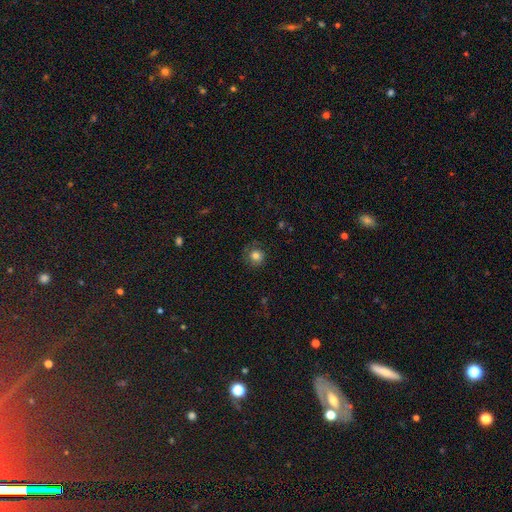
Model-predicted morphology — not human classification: The model was most divided on "merging": none: 76%, minor disturbance: 15%, major disturbance: 8%, merger: 1%. More confident: how rounded — round (90%); smooth or featured — smooth (79%).